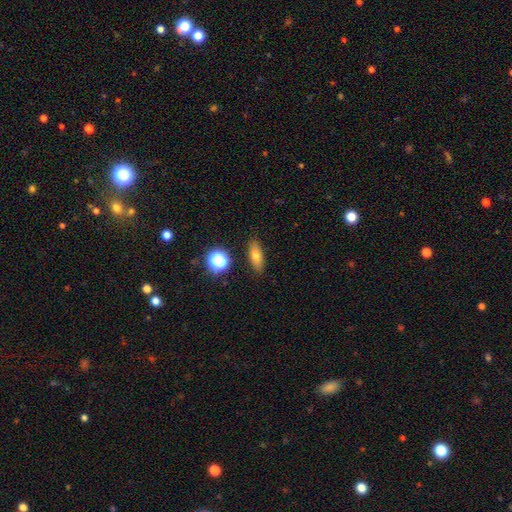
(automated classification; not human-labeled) Smooth or featured? Predicted: smooth (p=0.69). How rounded? Predicted: in between (p=0.69). Merging? Predicted: none (p=0.87).